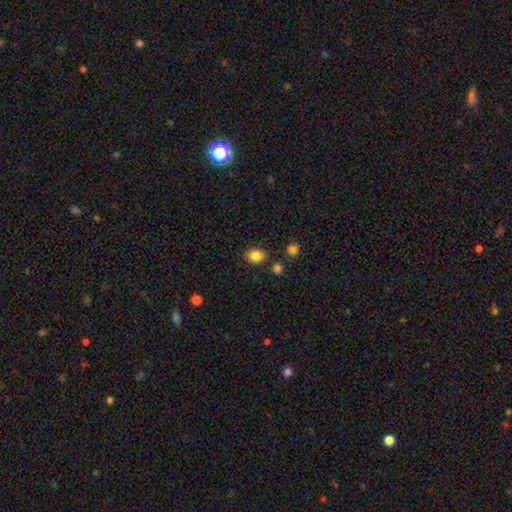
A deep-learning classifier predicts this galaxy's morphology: This appears to be a smooth galaxy with no disk features (85%) that is in between round and cigar-shaped (56%). Merging: none (82%).